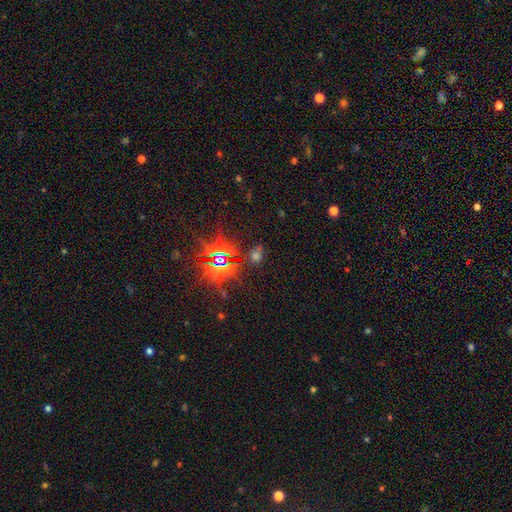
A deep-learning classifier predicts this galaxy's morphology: This is likely a star or artifact rather than a galaxy (67%).